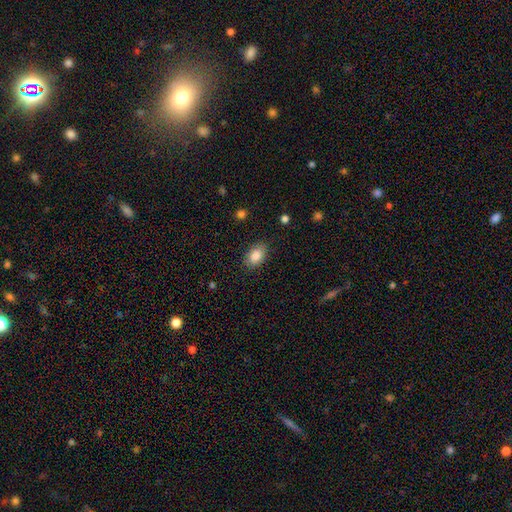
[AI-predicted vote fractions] Smooth or featured? smooth (86%)
How rounded? in between (84%)
Merging? none (85%)